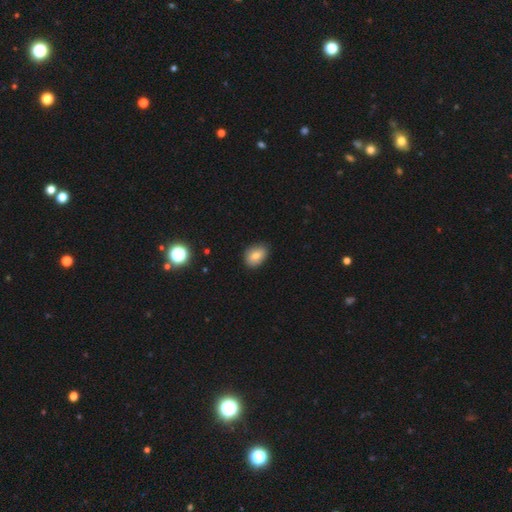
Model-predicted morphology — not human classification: smooth 79%, featured or disk 11%, star or artifact 10%. Down the decision tree: how rounded — in between (79%); merging — none (81%).